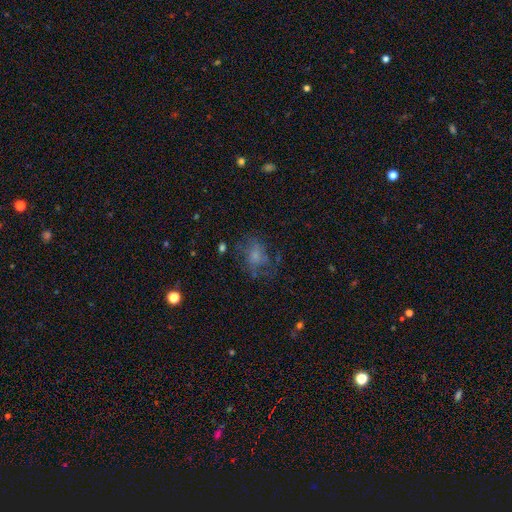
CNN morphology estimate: Smooth or featured: smooth — 46% (featured or disk — 39%)
Merging: none — 49% (major disturbance — 27%)